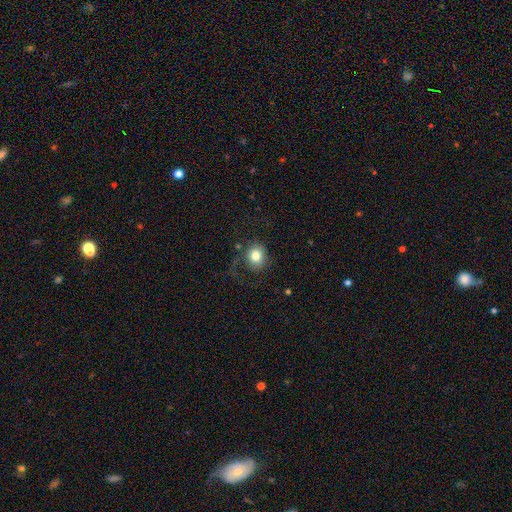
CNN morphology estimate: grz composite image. It shows a smooth galaxy with no disk features (79%) that is round (82%). Merging: none (65%).